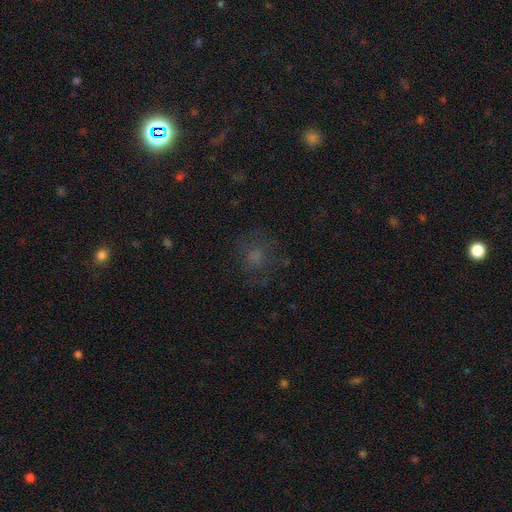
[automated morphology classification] smooth-or-featured: smooth: 56% | star or artifact: 24% | featured or disk: 20%
  how-rounded: round: 77% | in between: 22% | cigar-shaped: 1%
  merging: none: 67% | minor disturbance: 16% | major disturbance: 16% | merger: 2%